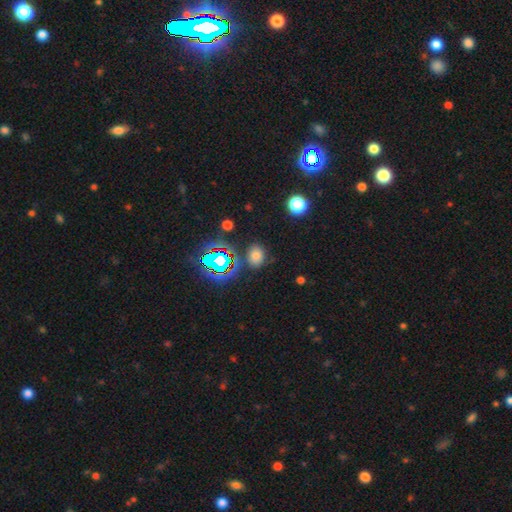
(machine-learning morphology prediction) Q: Smooth or featured?
A: smooth (65%); runner-up: star or artifact (27%)
Q: How rounded?
A: in between (54%); runner-up: round (45%)
Q: Merging?
A: none (79%); runner-up: minor disturbance (13%)